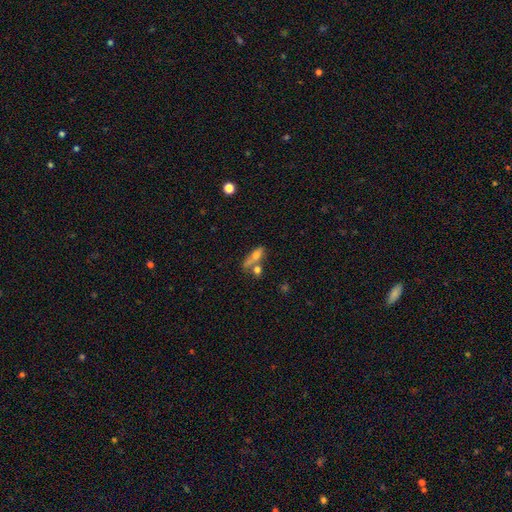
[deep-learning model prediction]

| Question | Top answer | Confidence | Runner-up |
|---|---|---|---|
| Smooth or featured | smooth | 57% | featured or disk (31%) |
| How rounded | in between | 53% | cigar-shaped (37%) |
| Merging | merger | 40% | none (37%) |